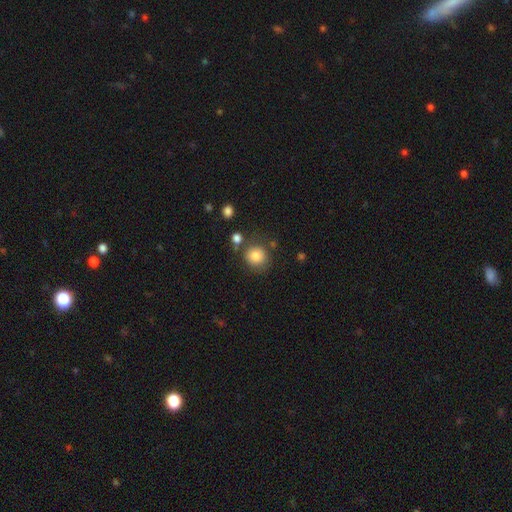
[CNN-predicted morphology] Smooth or featured? smooth (83%)
How rounded? round (87%)
Merging? none (76%)